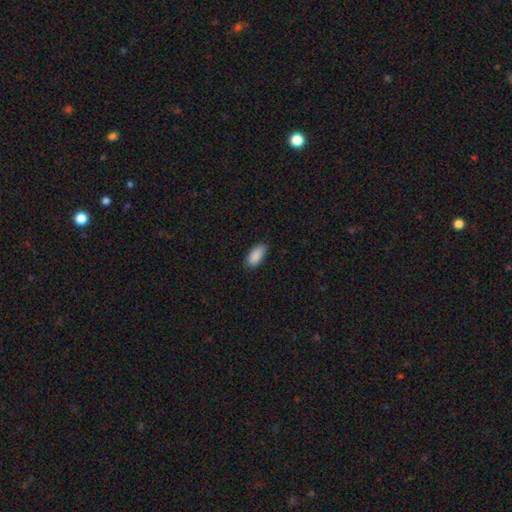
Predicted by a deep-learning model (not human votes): The model was most divided on "merging": none: 86%, minor disturbance: 11%, major disturbance: 2%, merger: 1%. More confident: how rounded — in between (90%); smooth or featured — smooth (90%).